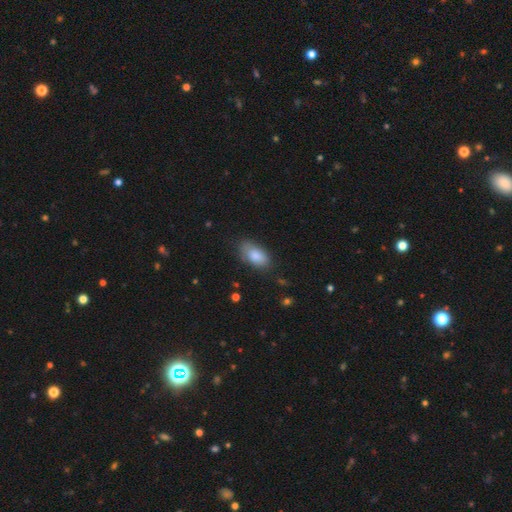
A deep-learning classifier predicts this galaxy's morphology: This is clearly a smooth galaxy (83%). How rounded: clearly in between (92%). Merging: likely none (68%).